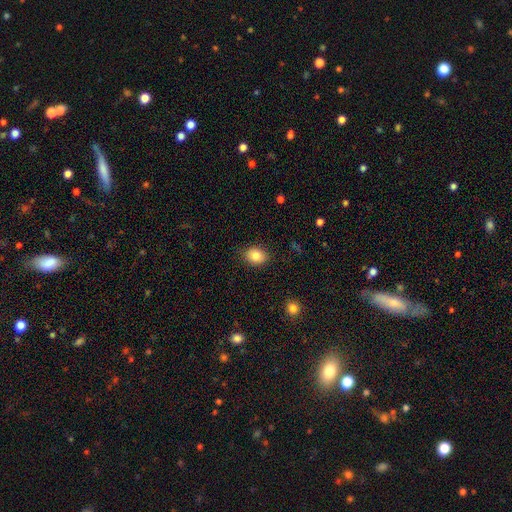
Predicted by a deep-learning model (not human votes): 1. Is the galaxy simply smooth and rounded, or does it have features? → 83% smooth, 9% star or artifact, 7% featured or disk.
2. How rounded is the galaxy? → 58% in between, 41% round, 1% cigar-shaped.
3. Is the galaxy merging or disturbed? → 85% none, 11% minor disturbance, 2% major disturbance, 1% merger.